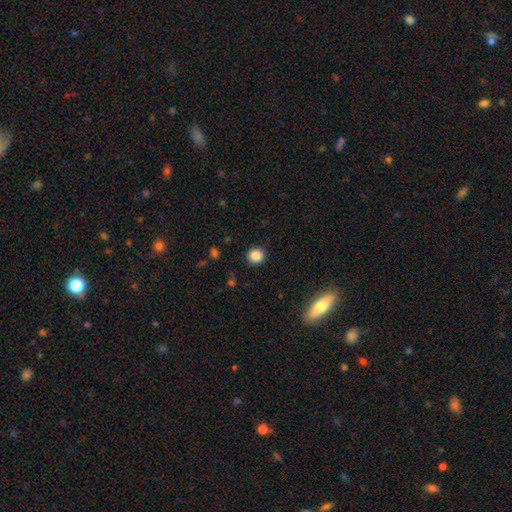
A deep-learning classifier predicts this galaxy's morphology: Smooth or featured? smooth (86%)
How rounded? round (91%)
Merging? none (90%)